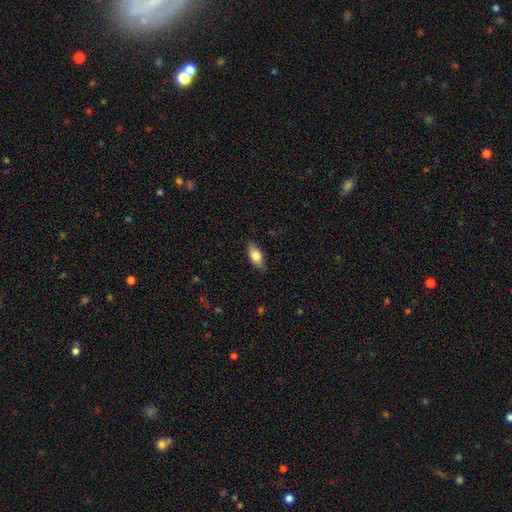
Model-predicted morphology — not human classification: The model was most divided on "smooth or featured": smooth: 75%, featured or disk: 18%, star or artifact: 7%. More confident: merging — none (87%); how rounded — in between (85%).